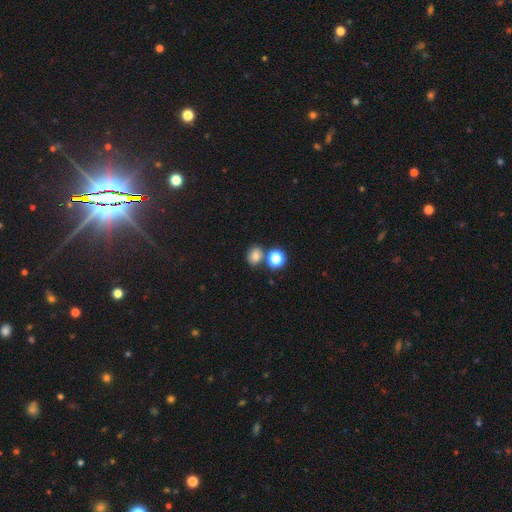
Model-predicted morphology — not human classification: type=smooth (76%); roundness=round (60%); merging=none (69%).